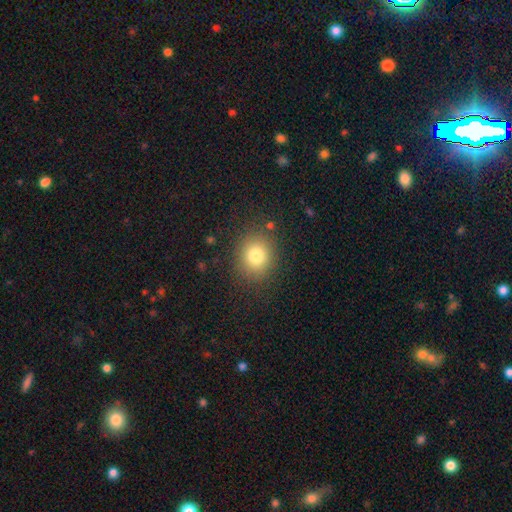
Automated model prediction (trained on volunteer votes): Smooth or featured: smooth — 78% (star or artifact — 13%)
How rounded: round — 77% (in between — 22%)
Merging: none — 86% (minor disturbance — 9%)